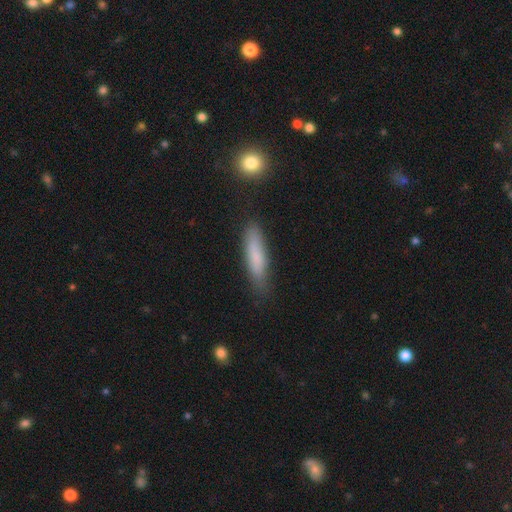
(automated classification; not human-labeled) smooth_or_featured: smooth (p=0.77) [alt: featured or disk p=0.16]
how_rounded: cigar-shaped (p=0.81) [alt: in between p=0.17]
merging: none (p=0.79) [alt: minor disturbance p=0.16]